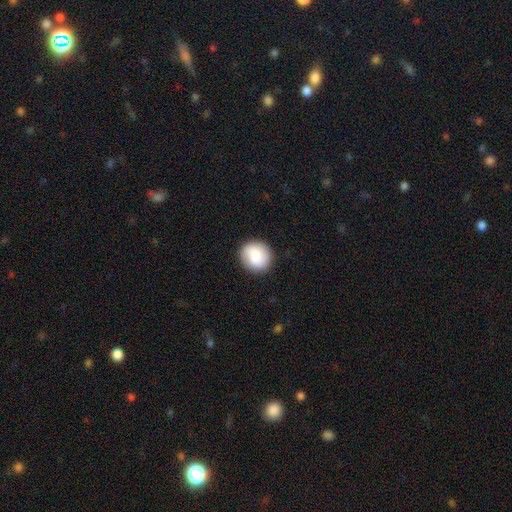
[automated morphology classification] type=smooth (80%); roundness=round (88%); merging=none (87%).